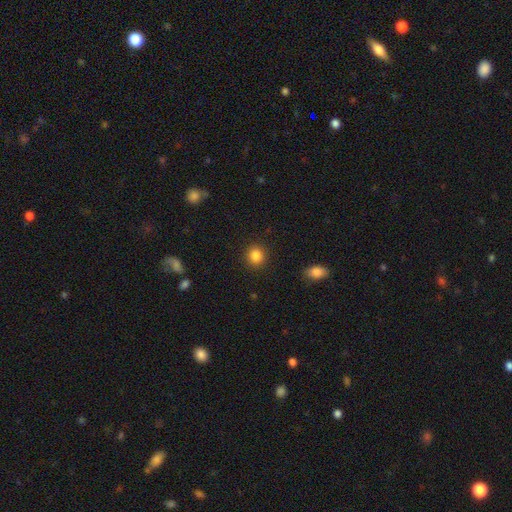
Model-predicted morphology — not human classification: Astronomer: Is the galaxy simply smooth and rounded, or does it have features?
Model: smooth — 85%.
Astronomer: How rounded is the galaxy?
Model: round — 86%.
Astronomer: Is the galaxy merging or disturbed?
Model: none — 90%.